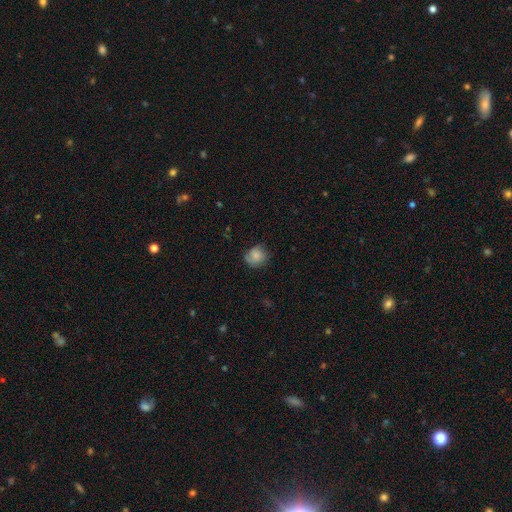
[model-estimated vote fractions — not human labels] A smooth galaxy with no disk features (78%) that is round (82%). Merging: none (69%).